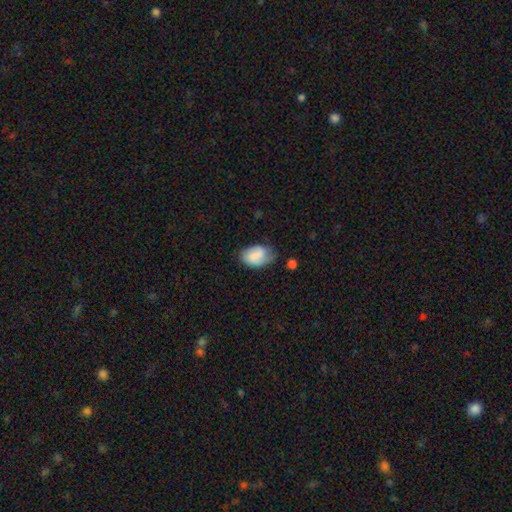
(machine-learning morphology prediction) Overall: smooth (75%). How rounded: in between (87%). Merging: none (54%; minor disturbance 33%).